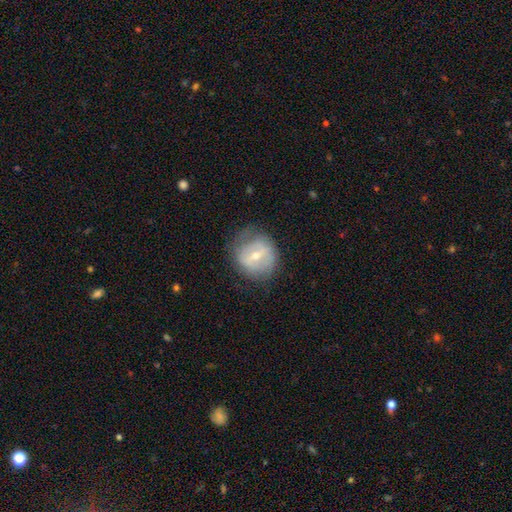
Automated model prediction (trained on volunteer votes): This appears to be a featured or disk galaxy (55%) with a weak bar (44%), no spiral arms (63%) and a small central bulge (50%). Merging: none (68%).